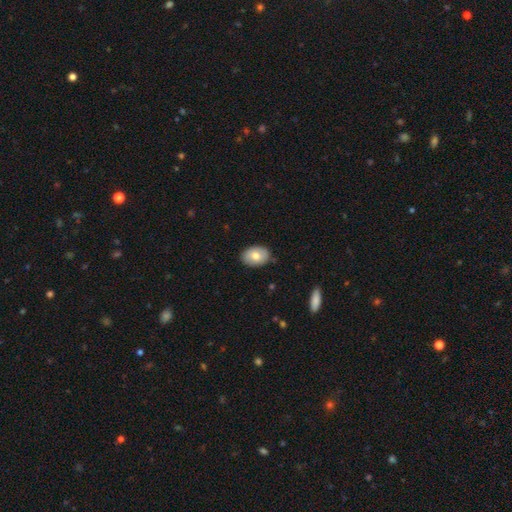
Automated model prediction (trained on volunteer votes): smooth-or-featured: smooth: 75% | featured or disk: 18% | star or artifact: 7%
  how-rounded: in between: 82% | round: 17% | cigar-shaped: 1%
  merging: none: 85% | minor disturbance: 11% | major disturbance: 2% | merger: 1%